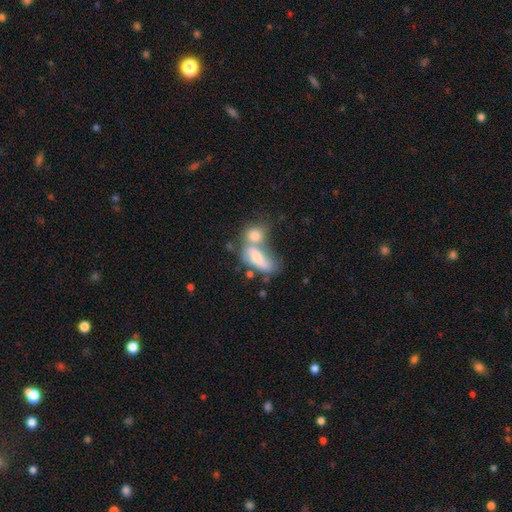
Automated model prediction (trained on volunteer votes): Q: Smooth or featured?
A: smooth (63%); runner-up: featured or disk (28%)
Q: How rounded?
A: in between (79%); runner-up: cigar-shaped (14%)
Q: Merging?
A: merger (67%); runner-up: none (16%)